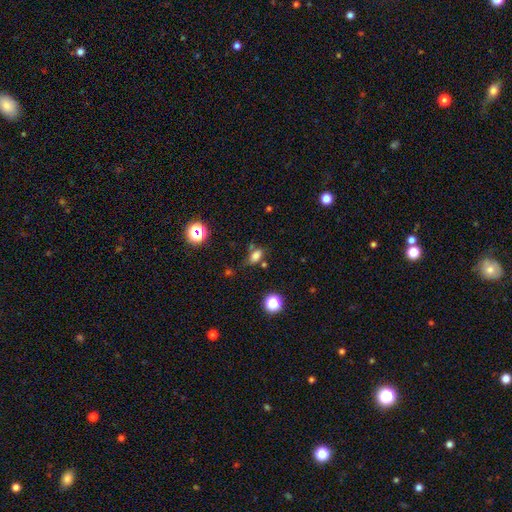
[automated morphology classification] type=smooth (74%); roundness=in between (80%); merging=none (64%).